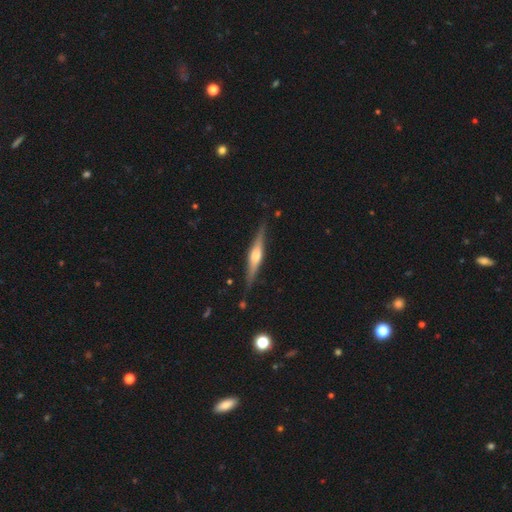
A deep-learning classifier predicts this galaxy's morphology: Q: Smooth or featured?
A: featured or disk (77%); runner-up: smooth (17%)
Q: Edge-on disk?
A: yes (98%); runner-up: no (2%)
Q: Edge-on bulge?
A: rounded (82%); runner-up: boxy (14%)
Q: Merging?
A: none (87%); runner-up: minor disturbance (9%)